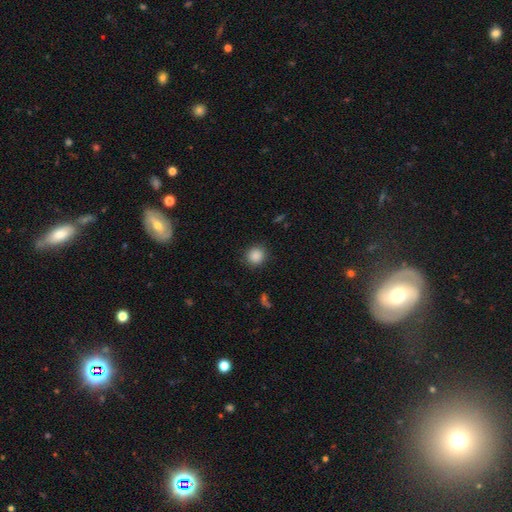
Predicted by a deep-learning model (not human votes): smooth-or-featured: smooth: 87% | star or artifact: 10% | featured or disk: 3%
  how-rounded: round: 87% | in between: 12% | cigar-shaped: 1%
  merging: none: 88% | minor disturbance: 8% | major disturbance: 3% | merger: 1%